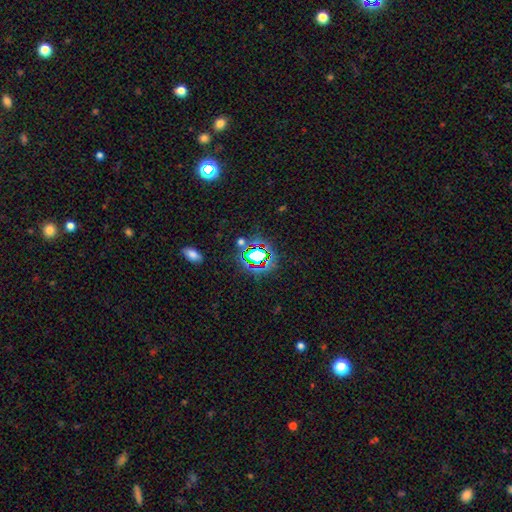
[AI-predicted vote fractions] Smooth or featured? star or artifact (64%)